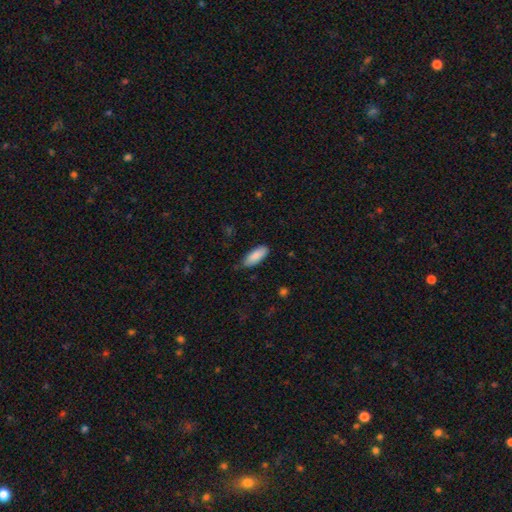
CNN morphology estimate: The model was most divided on "how rounded": in between: 78%, cigar-shaped: 21%, round: 2%. More confident: smooth or featured — smooth (88%); merging — none (79%).